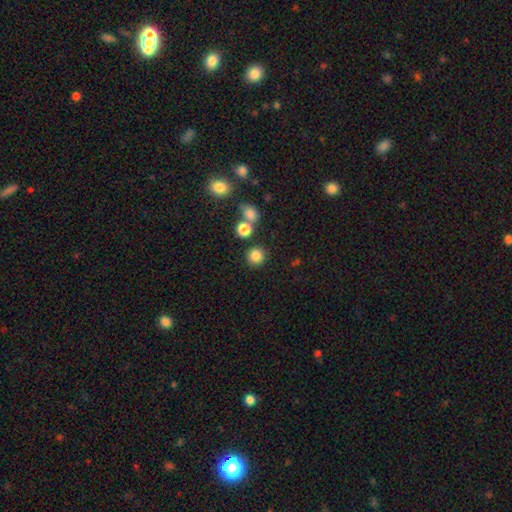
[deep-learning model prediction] This is clearly a smooth galaxy (84%). How rounded: clearly round (92%). Merging: clearly none (82%).